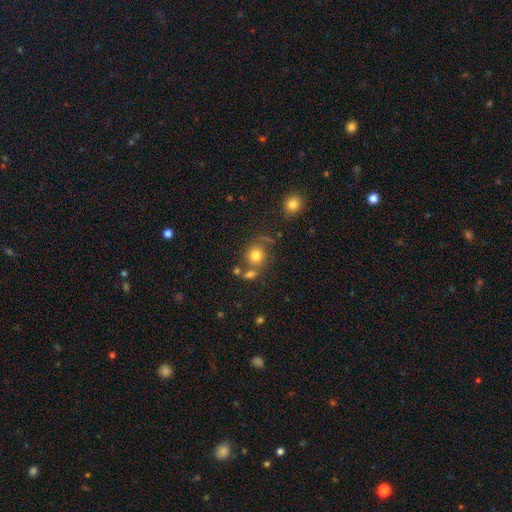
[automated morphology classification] smooth_or_featured: smooth (p=0.78) [alt: star or artifact p=0.13]
how_rounded: round (p=0.85) [alt: in between p=0.15]
merging: none (p=0.62) [alt: merger p=0.19]